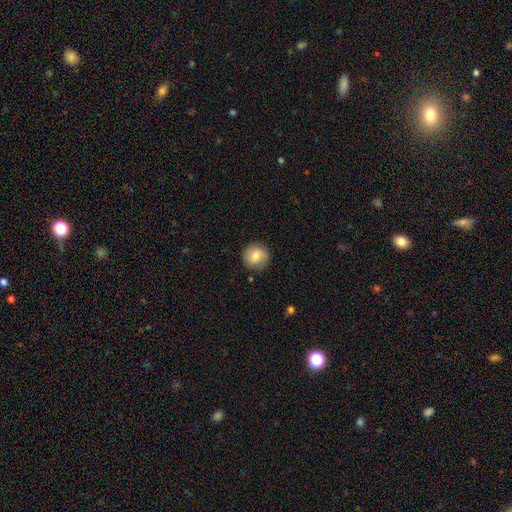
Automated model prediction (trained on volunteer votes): smooth-or-featured: smooth: 82% | featured or disk: 10% | star or artifact: 8%
  how-rounded: round: 94% | in between: 5% | cigar-shaped: 1%
  merging: none: 88% | minor disturbance: 9% | major disturbance: 2% | merger: 1%